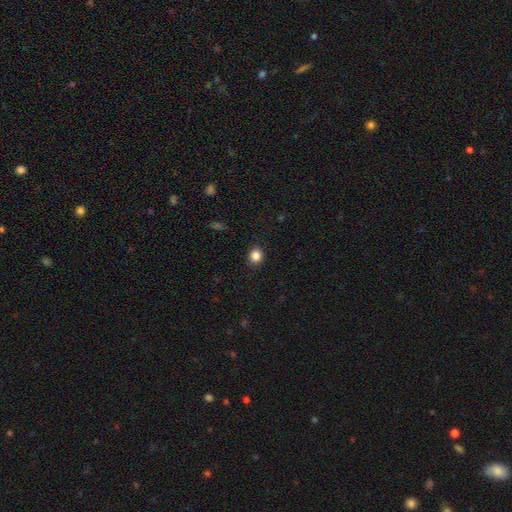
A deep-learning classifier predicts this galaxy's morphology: Smooth or featured? Predicted: smooth (p=0.85). How rounded? Predicted: round (p=0.76). Merging? Predicted: none (p=0.90).